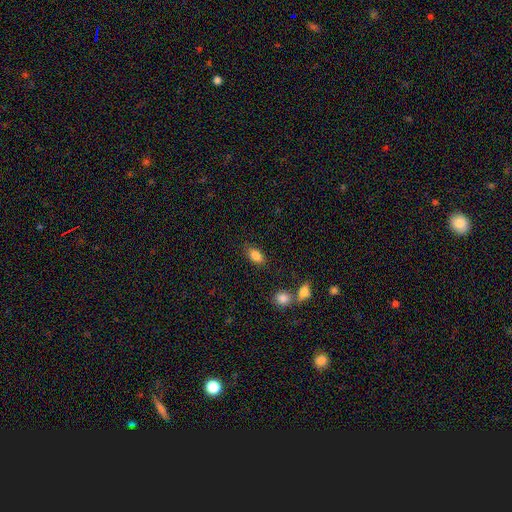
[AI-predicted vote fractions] Smooth or featured: smooth — 85% (star or artifact — 9%)
How rounded: in between — 88% (round — 8%)
Merging: none — 79% (minor disturbance — 13%)